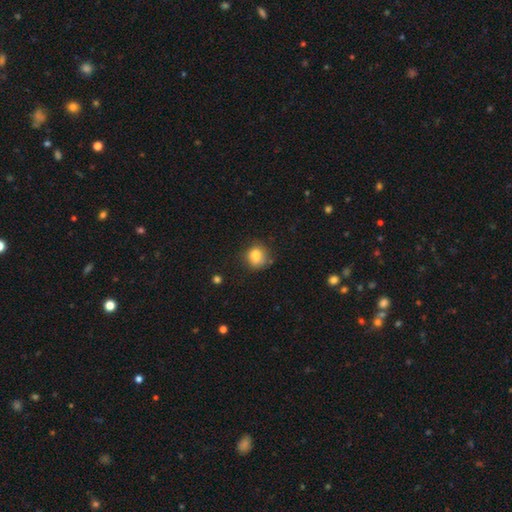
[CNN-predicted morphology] The model was most divided on "merging": none: 54%, merger: 20%, minor disturbance: 20%, major disturbance: 6%. More confident: smooth or featured — smooth (76%); how rounded — round (69%).